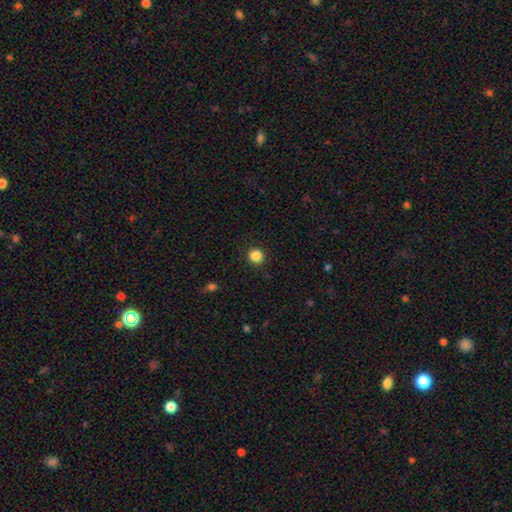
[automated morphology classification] Smooth or featured: smooth — 86% (star or artifact — 11%)
How rounded: round — 89% (in between — 11%)
Merging: none — 89% (minor disturbance — 8%)